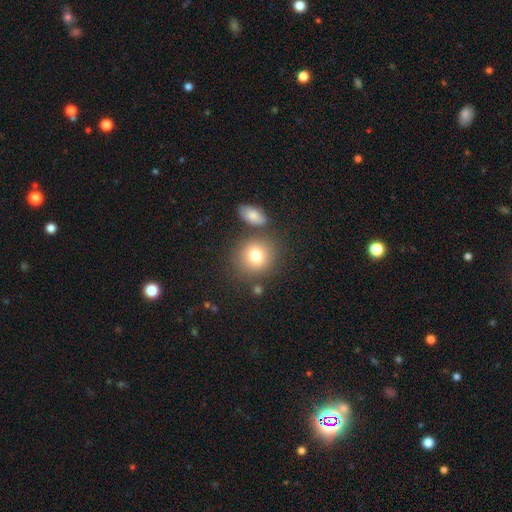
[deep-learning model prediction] Smooth or featured? smooth (78%)
How rounded? round (84%)
Merging? none (74%)